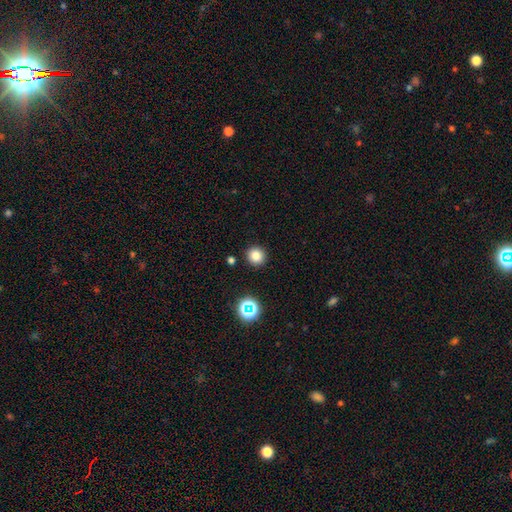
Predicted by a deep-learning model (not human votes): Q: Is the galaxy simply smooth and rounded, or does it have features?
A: smooth — 81%.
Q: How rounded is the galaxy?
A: round — 93%.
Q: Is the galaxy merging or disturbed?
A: none — 90%.